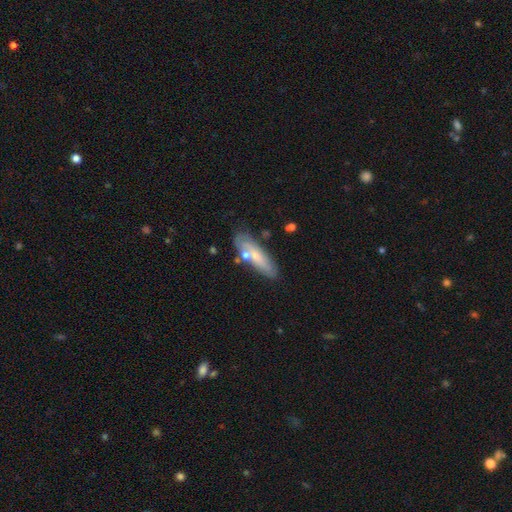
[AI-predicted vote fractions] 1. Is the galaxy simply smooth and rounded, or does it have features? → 56% smooth, 38% featured or disk, 7% star or artifact.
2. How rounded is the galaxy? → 59% cigar-shaped, 39% in between, 3% round.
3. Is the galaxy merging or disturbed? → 69% none, 17% minor disturbance, 9% merger, 4% major disturbance.